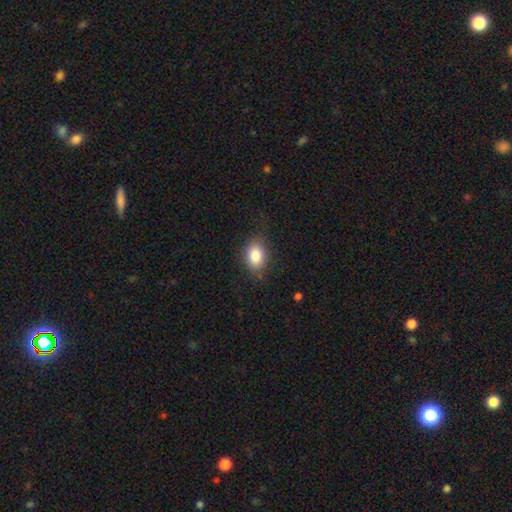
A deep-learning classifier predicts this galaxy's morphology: Overall: smooth (83%). How rounded: in between (77%). Merging: none (77%).